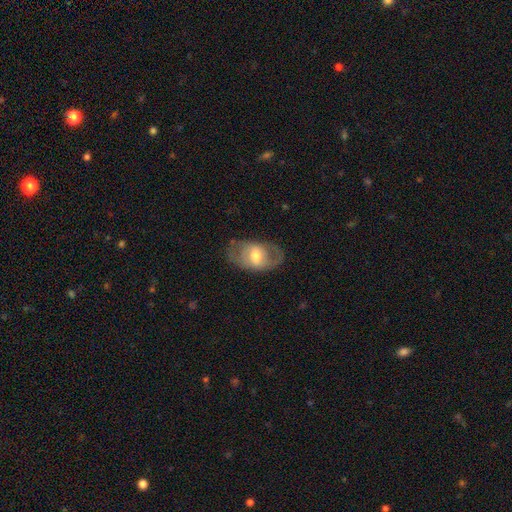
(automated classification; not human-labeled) This is possibly a featured or disk galaxy (56%). It is clearly not viewed edge-on (91%). Bar: marginally weak (44%). Spiral arm pattern: possibly yes (56%). Central bulge: likely moderate (64%). Merging: likely none (68%).